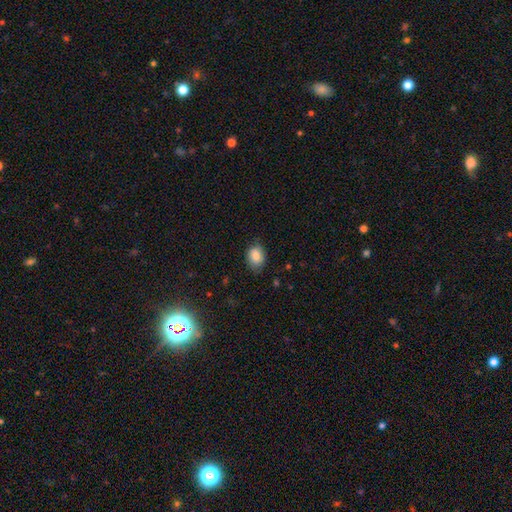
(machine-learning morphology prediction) The model was most divided on "how rounded": in between: 66%, round: 33%, cigar-shaped: 1%. More confident: smooth or featured — smooth (85%); merging — none (73%).